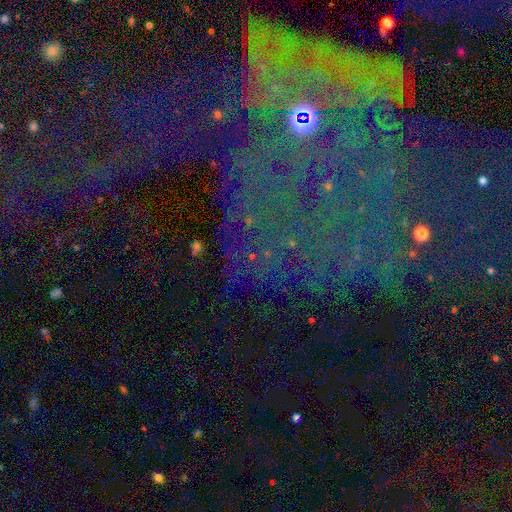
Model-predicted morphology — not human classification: The model was most divided on "smooth or featured": star or artifact: 58%, featured or disk: 27%, smooth: 15%.